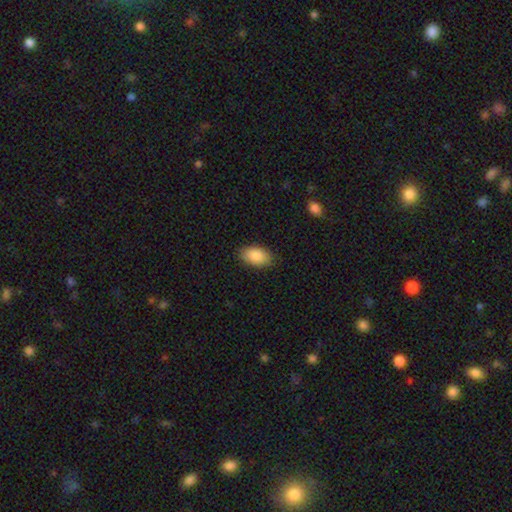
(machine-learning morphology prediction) smooth-or-featured: smooth: 87% | star or artifact: 6% | featured or disk: 6%
  how-rounded: in between: 94% | round: 4% | cigar-shaped: 2%
  merging: none: 87% | minor disturbance: 10% | major disturbance: 2% | merger: 1%